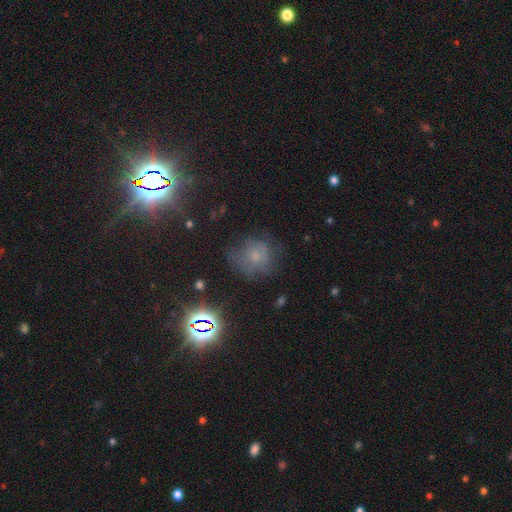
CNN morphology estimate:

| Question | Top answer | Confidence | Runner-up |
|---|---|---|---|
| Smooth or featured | smooth | 49% | star or artifact (29%) |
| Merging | none | 60% | minor disturbance (23%) |